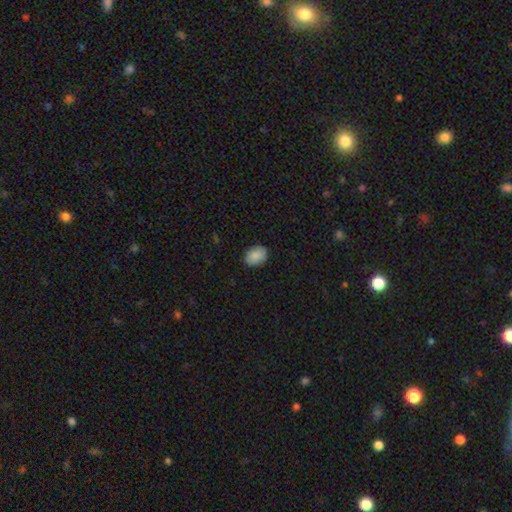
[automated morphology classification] Smooth or featured? smooth (89%)
How rounded? in between (70%)
Merging? none (85%)